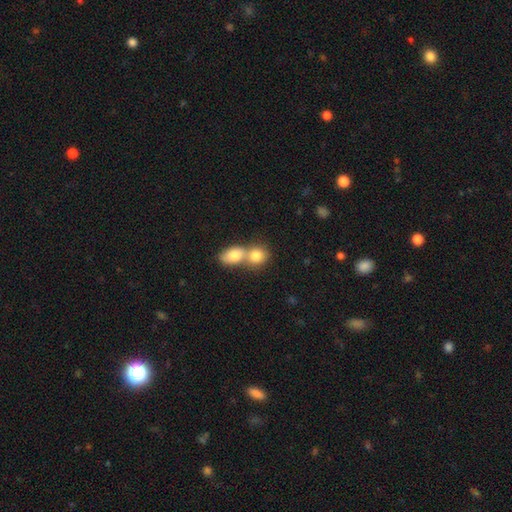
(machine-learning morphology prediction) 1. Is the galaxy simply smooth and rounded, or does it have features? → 79% smooth, 12% featured or disk, 8% star or artifact.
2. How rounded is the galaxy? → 58% round, 40% in between, 2% cigar-shaped.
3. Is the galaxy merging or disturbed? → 67% merger, 26% none, 5% minor disturbance, 2% major disturbance.